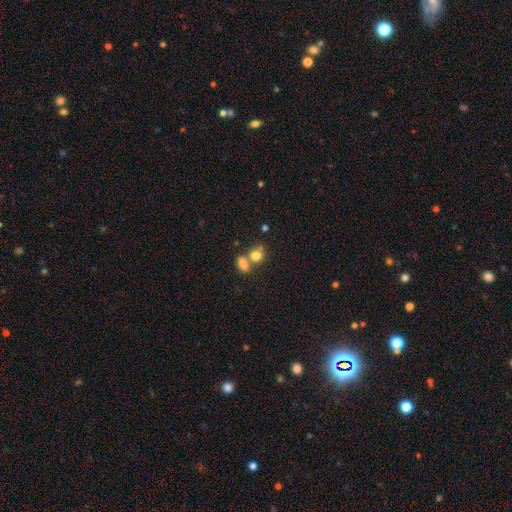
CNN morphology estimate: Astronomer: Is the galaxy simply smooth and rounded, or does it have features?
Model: smooth — 79%.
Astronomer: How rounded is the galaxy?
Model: round — 60% (runner-up: in between, 39%).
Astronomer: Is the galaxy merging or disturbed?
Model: merger — 51% (runner-up: none, 36%).